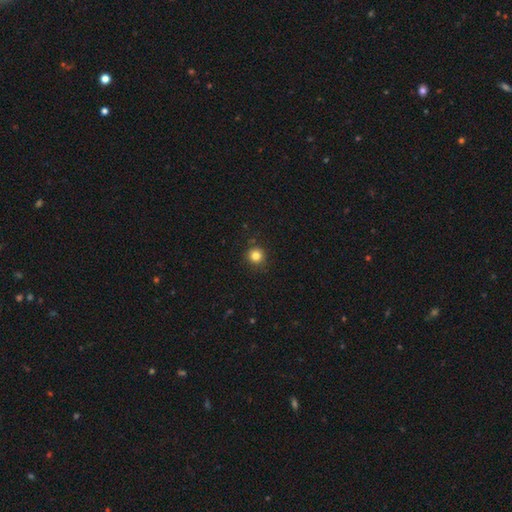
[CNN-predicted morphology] The model was most divided on "smooth or featured": smooth: 82%, star or artifact: 12%, featured or disk: 5%. More confident: how rounded — round (94%); merging — none (89%).